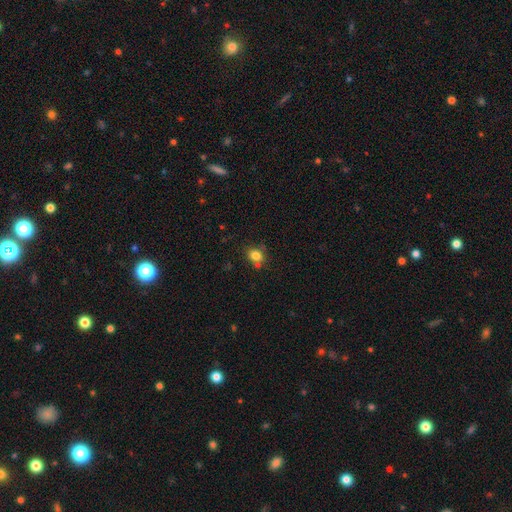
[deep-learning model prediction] Smooth or featured? smooth (81%)
How rounded? round (51%)
Merging? none (67%)